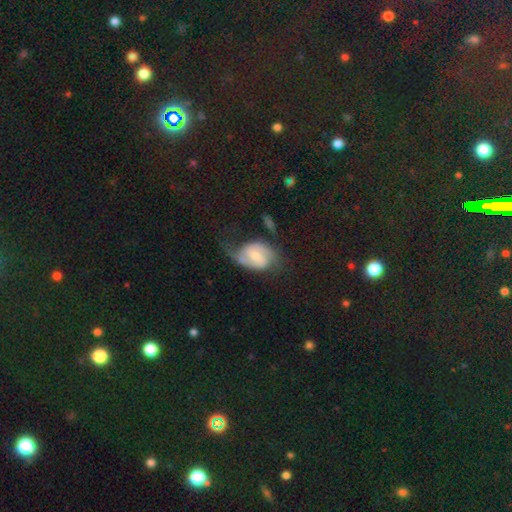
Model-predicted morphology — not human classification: type=featured or disk (74%); edge-on=no (97%); bar=weak (52%); spiral arms=yes (93%); winding=medium (45%); arm count=2 (81%); bulge=small (46%); merging=none (47%).